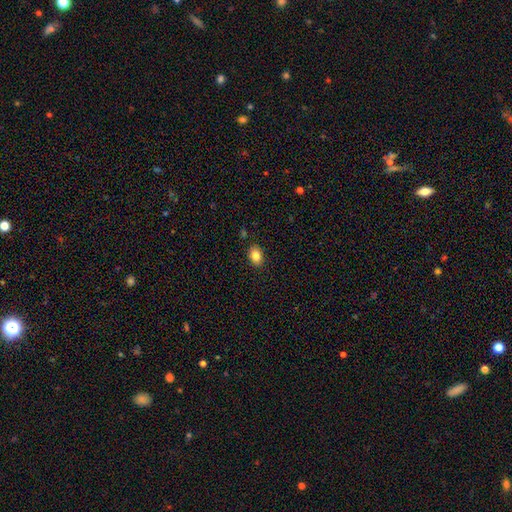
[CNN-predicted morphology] Smooth or featured? Predicted: smooth (p=0.85). How rounded? Predicted: in between (p=0.79). Merging? Predicted: none (p=0.87).